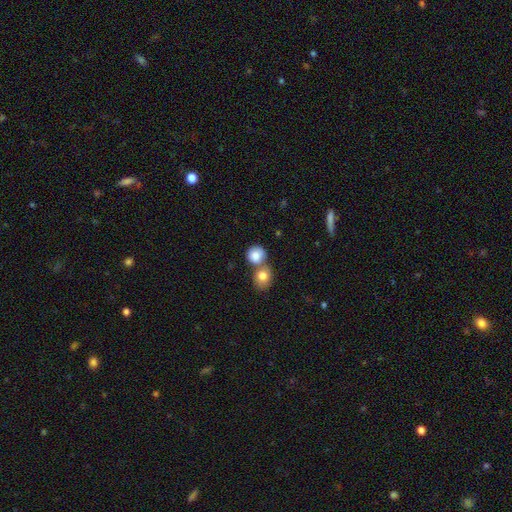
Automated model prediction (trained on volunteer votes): A smooth galaxy with no disk features (84%) that is round (81%).

Vote fractions:
- Smooth or featured? smooth: 84% / featured or disk: 8% / star or artifact: 8%
- How rounded? round: 81% / in between: 18% / cigar-shaped: 1%
- Merging? merger: 50% / none: 39% / minor disturbance: 8% / major disturbance: 3%